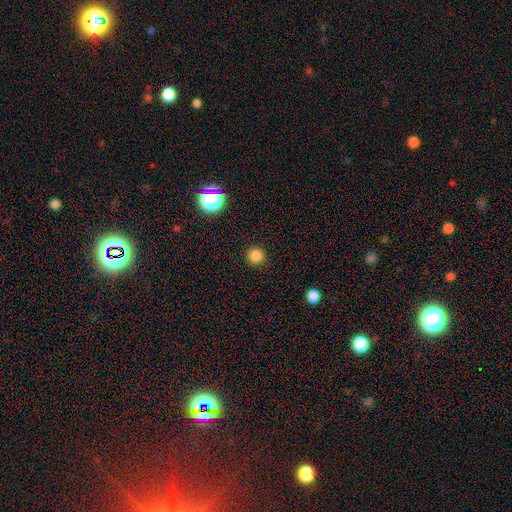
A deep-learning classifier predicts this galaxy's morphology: Smooth or featured? Predicted: smooth (p=0.83). How rounded? Predicted: round (p=0.95). Merging? Predicted: none (p=0.92).